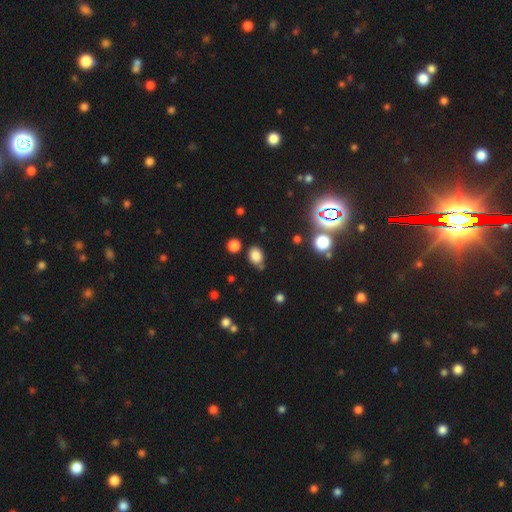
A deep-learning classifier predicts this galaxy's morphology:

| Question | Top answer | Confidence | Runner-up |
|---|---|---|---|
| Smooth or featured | smooth | 80% | star or artifact (15%) |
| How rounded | in between | 63% | round (36%) |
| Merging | none | 73% | minor disturbance (17%) |